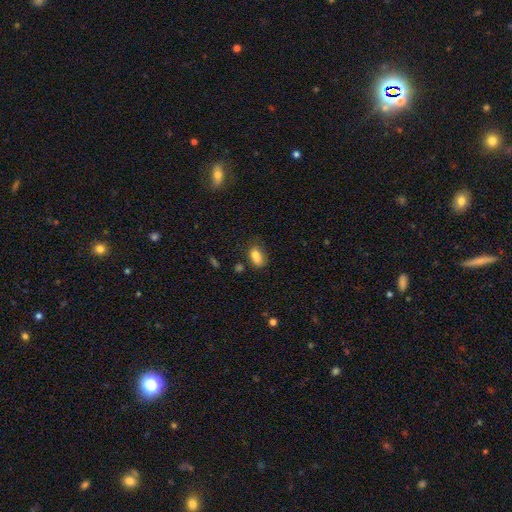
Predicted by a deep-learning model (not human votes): A smooth galaxy with no disk features (81%) that is in between round and cigar-shaped (87%). Merging: none (59%).